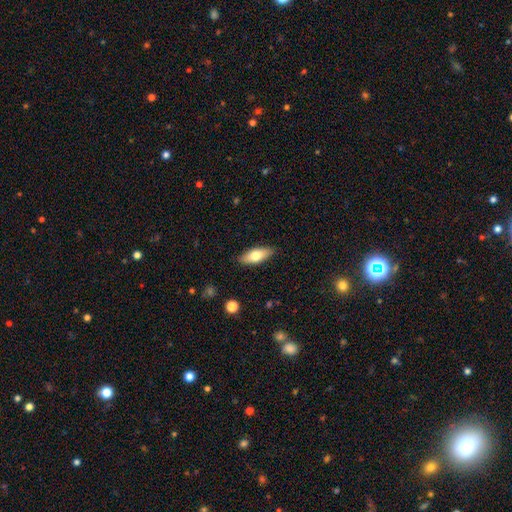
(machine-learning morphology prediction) This appears to be a smooth galaxy with no disk features (70%) that is in between round and cigar-shaped (75%). Merging: none (87%).